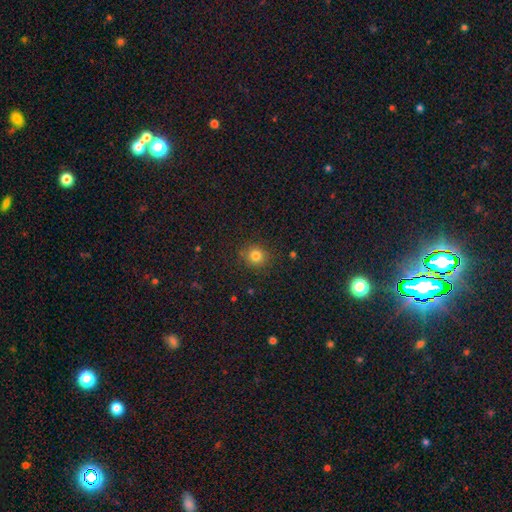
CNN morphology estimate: Overall: smooth (80%). How rounded: round (88%). Merging: none (88%).